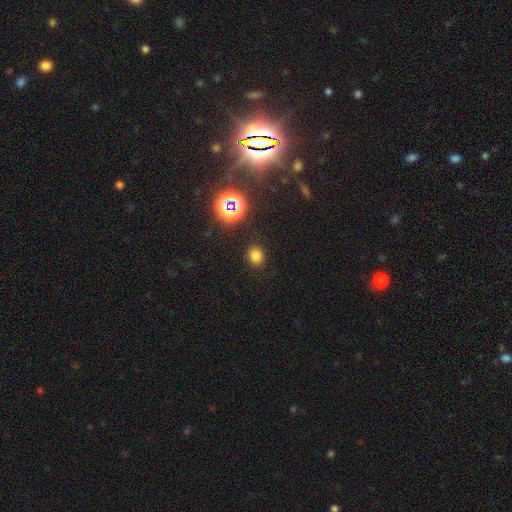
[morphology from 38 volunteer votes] Smooth or featured? 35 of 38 (92%) said smooth. How rounded? 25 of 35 (71%) said round. Merging? 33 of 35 (94%) said none.